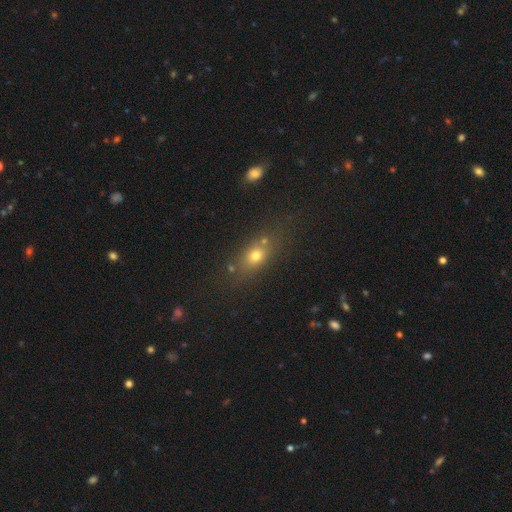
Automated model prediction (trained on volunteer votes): Smooth or featured? smooth (66%)
How rounded? in between (56%)
Merging? none (66%)